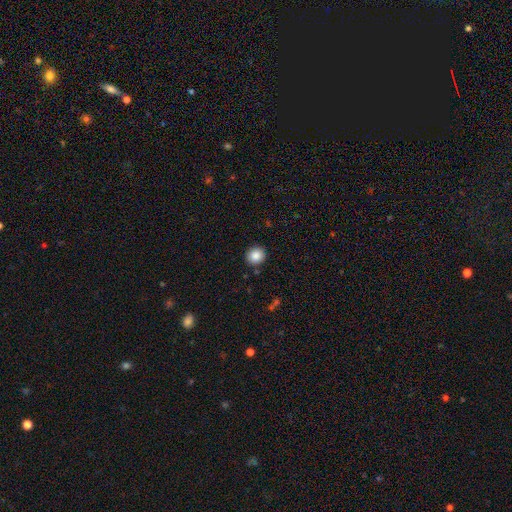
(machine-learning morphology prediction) Smooth or featured? Predicted: smooth (p=0.87). How rounded? Predicted: round (p=0.88). Merging? Predicted: none (p=0.90).